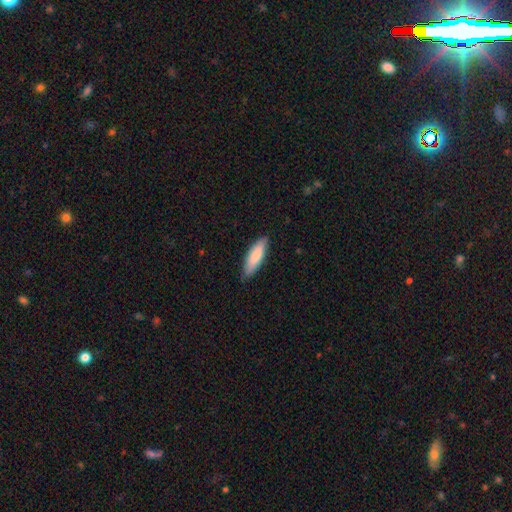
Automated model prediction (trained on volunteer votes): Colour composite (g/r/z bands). It shows a smooth galaxy with no disk features (83%) that is cigar-shaped (51%). Merging: none (84%).